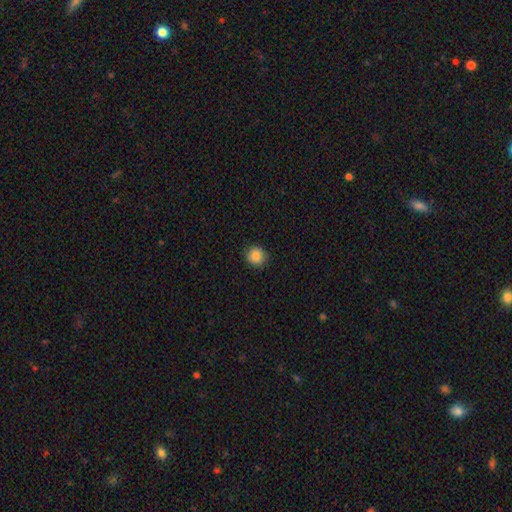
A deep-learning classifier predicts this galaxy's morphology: smooth-or-featured: smooth: 86% | star or artifact: 10% | featured or disk: 5%
  how-rounded: round: 90% | in between: 9% | cigar-shaped: 1%
  merging: none: 90% | minor disturbance: 7% | major disturbance: 2% | merger: 1%